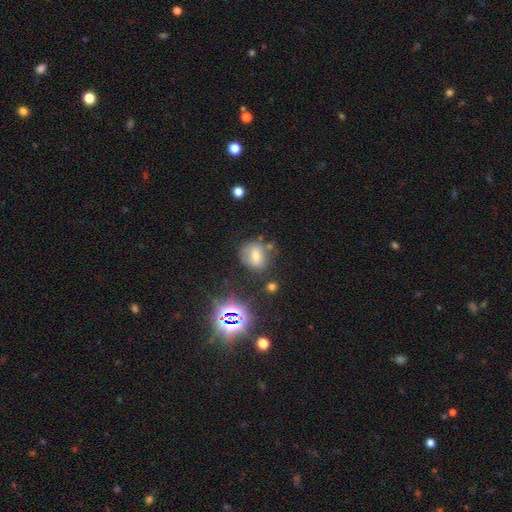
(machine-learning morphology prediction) type=smooth (51%); roundness=round (53%); merging=none (63%).